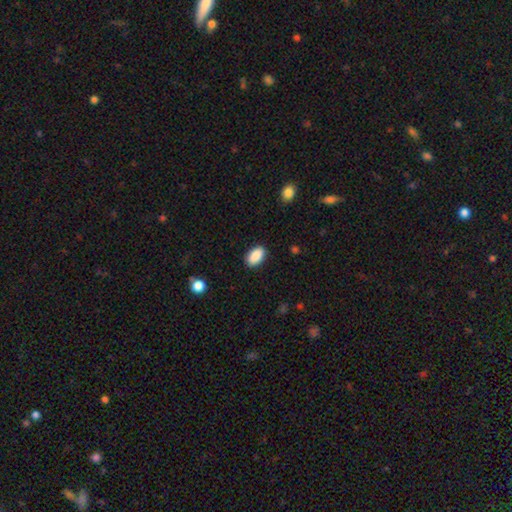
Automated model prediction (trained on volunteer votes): smooth 90%, star or artifact 7%, featured or disk 3%. Down the decision tree: how rounded — in between (93%); merging — none (88%).